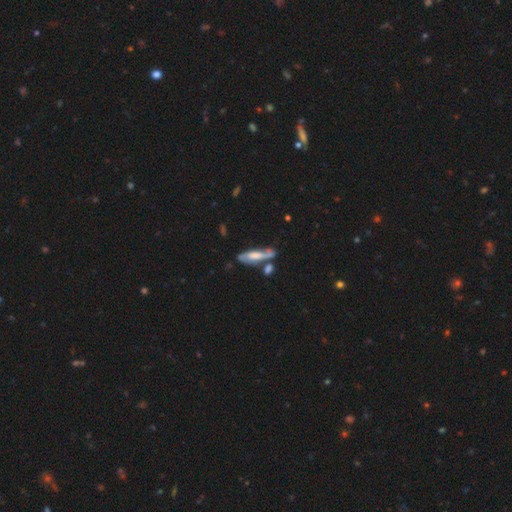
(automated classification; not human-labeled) Morphology: type=featured or disk (52%); edge-on=no (59%); merging=none (45%).